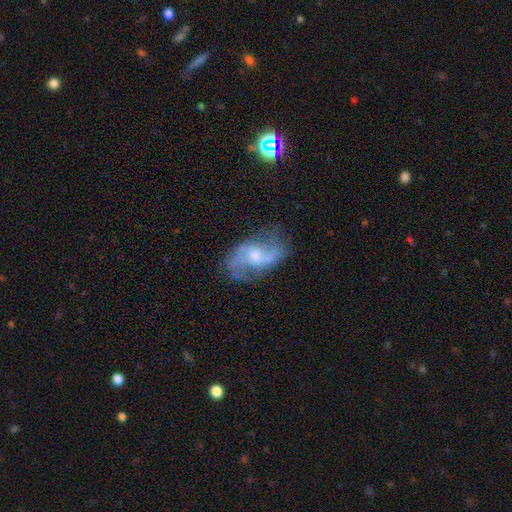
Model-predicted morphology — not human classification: smooth-or-featured: featured or disk: 80% | smooth: 13% | star or artifact: 7%
  disk-edge-on: no: 96% | yes: 4%
    bar: no: 47% | weak: 45% | strong: 8%
    has-spiral-arms: yes: 91% | no: 9%
      spiral-winding: loose: 45% | medium: 42% | tight: 13%
      spiral-arm-count: 2: 80% | can't tell: 10% | 3: 4% | 1: 3% | 4: 2% | more than 4: 2%
    bulge-size: moderate: 48% | small: 33% | none: 9% | large: 7% | dominant: 1%
  merging: none: 65% | minor disturbance: 21% | major disturbance: 12% | merger: 2%